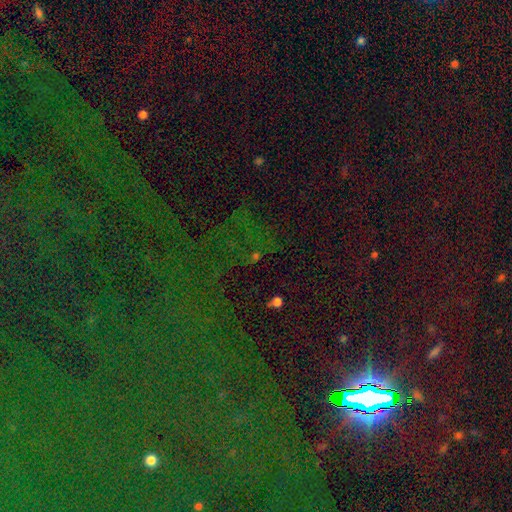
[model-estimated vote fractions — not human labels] A star or artifact, not a galaxy (71%).